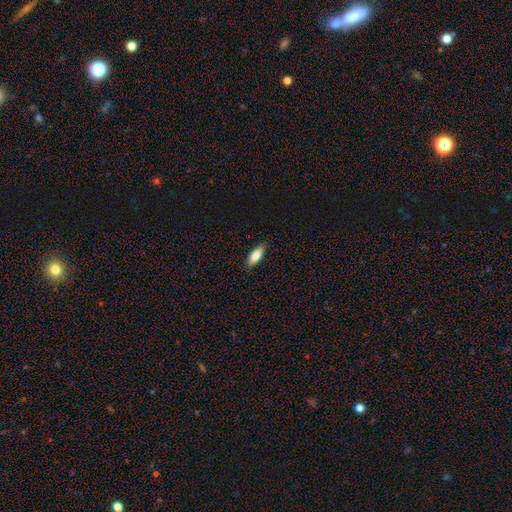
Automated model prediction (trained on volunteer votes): The model was most divided on "how rounded": in between: 70%, cigar-shaped: 28%, round: 2%. More confident: merging — none (87%); smooth or featured — smooth (83%).